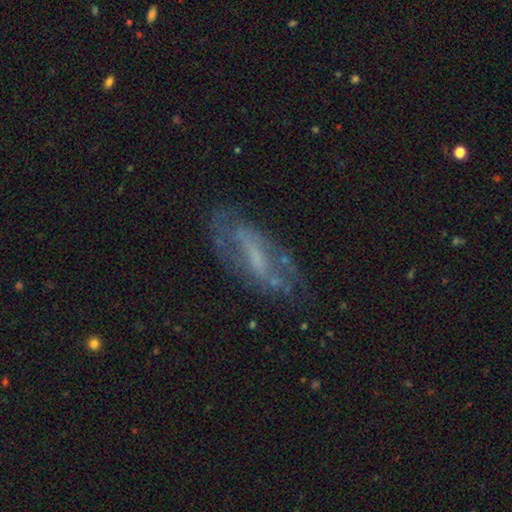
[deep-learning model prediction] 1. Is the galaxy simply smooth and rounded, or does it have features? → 67% featured or disk, 22% smooth, 11% star or artifact.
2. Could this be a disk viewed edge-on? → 85% no, 15% yes.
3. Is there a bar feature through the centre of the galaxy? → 40% weak, 30% no, 30% strong.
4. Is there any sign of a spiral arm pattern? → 60% yes, 40% no.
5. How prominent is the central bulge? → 40% none, 33% small, 22% moderate, 4% large, 1% dominant.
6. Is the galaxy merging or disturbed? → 63% none, 20% minor disturbance, 14% major disturbance, 3% merger.